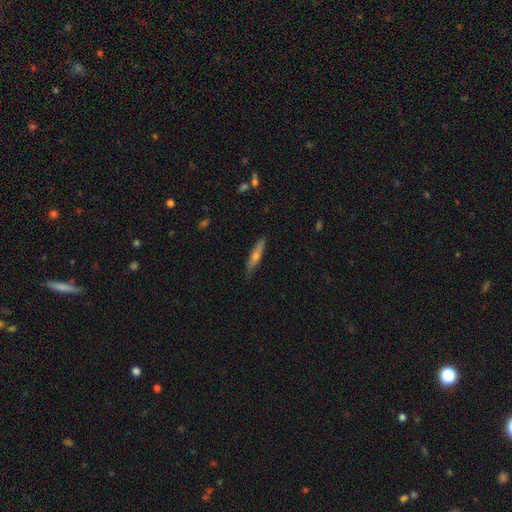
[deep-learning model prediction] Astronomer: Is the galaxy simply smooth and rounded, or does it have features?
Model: featured or disk — 49% (runner-up: smooth, 43%).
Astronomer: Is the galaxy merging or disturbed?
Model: none — 85%.